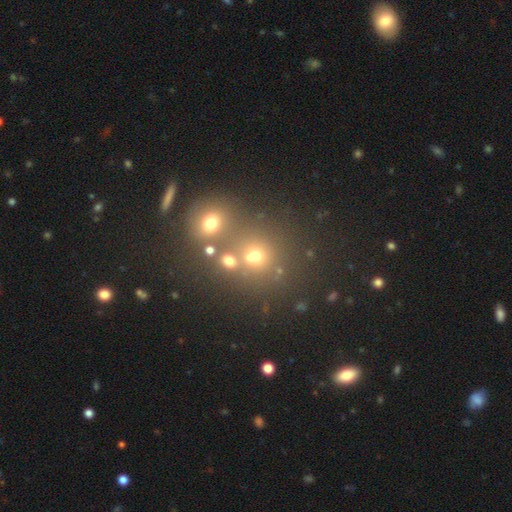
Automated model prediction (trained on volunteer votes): smooth 54%, star or artifact 32%, featured or disk 14%. Down the decision tree: how rounded — round (81%); merging — none (54%).